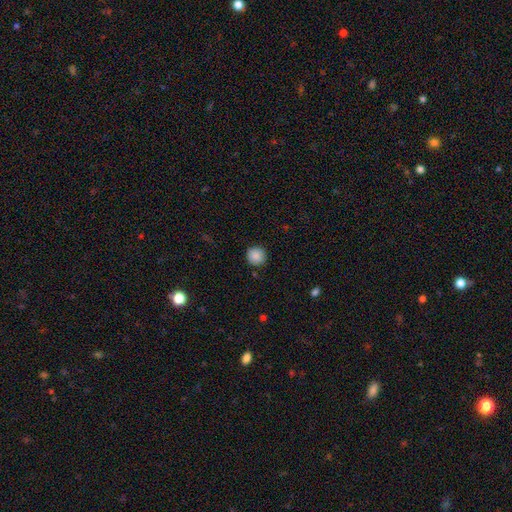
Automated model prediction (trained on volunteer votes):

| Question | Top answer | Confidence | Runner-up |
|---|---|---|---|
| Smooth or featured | smooth | 88% | star or artifact (9%) |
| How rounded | round | 94% | in between (5%) |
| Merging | none | 90% | minor disturbance (7%) |